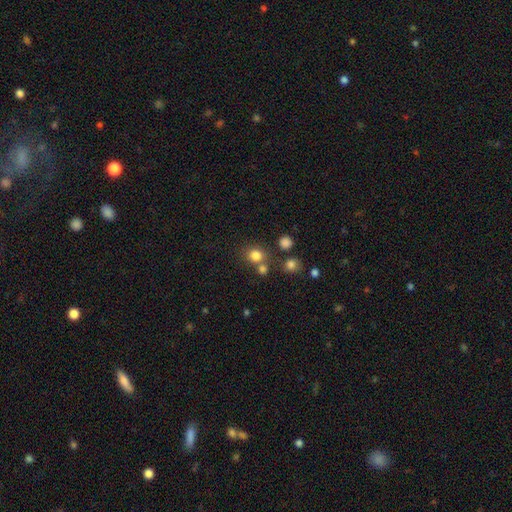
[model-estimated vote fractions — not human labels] Smooth or featured?
  - smooth: 80% *
  - star or artifact: 14%
  - featured or disk: 6%
How rounded?
  - round: 83% *
  - in between: 16%
  - cigar-shaped: 1%
Merging?
  - none: 66% *
  - merger: 20%
  - minor disturbance: 9%
  - major disturbance: 4%